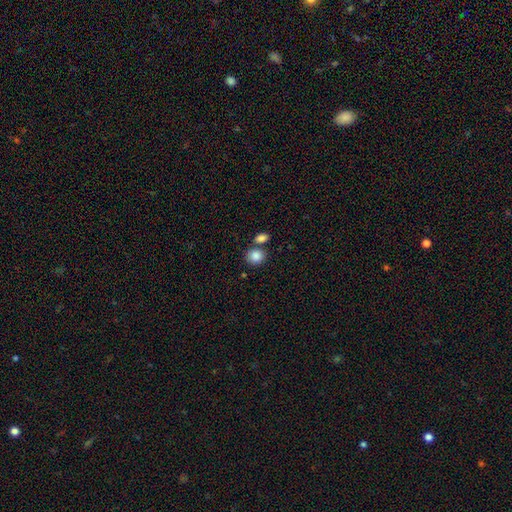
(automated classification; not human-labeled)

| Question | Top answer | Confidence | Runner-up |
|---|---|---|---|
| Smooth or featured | smooth | 86% | star or artifact (8%) |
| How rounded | round | 72% | in between (27%) |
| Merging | none | 63% | merger (24%) |